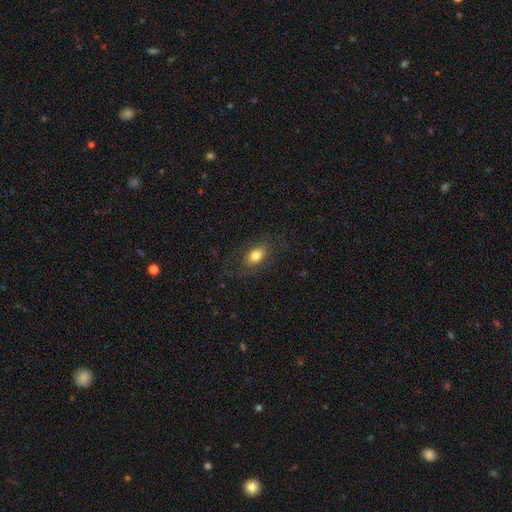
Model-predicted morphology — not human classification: smooth 73%, featured or disk 19%, star or artifact 8%. Down the decision tree: how rounded — in between (87%); merging — none (76%).